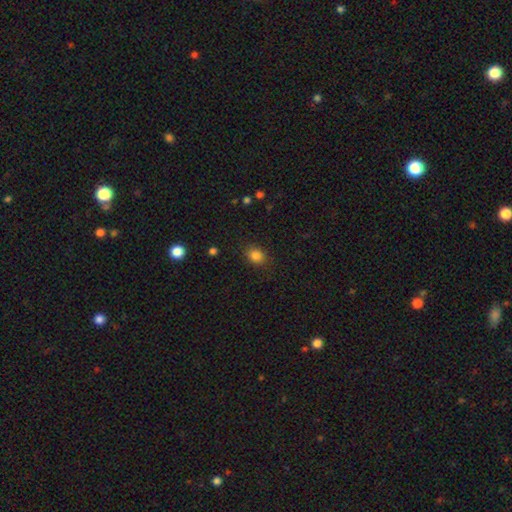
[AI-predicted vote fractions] A smooth galaxy with no disk features (83%) that is round (56%). Merging: none (86%).